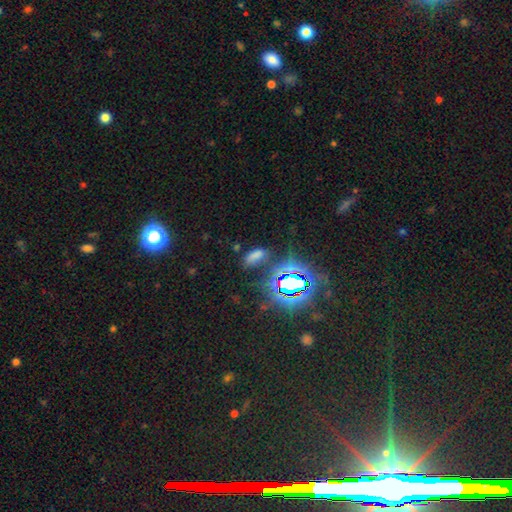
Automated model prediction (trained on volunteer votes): smooth 56%, star or artifact 35%, featured or disk 9%. Down the decision tree: how rounded — in between (81%); merging — none (67%).